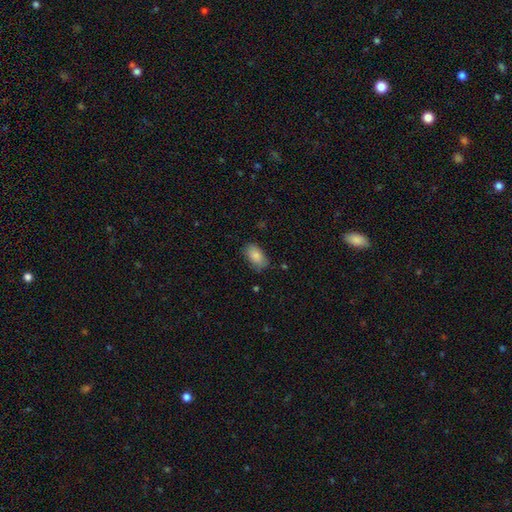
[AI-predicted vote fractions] Q: Smooth or featured?
A: smooth (86%); runner-up: featured or disk (8%)
Q: How rounded?
A: in between (93%); runner-up: round (5%)
Q: Merging?
A: none (75%); runner-up: minor disturbance (19%)